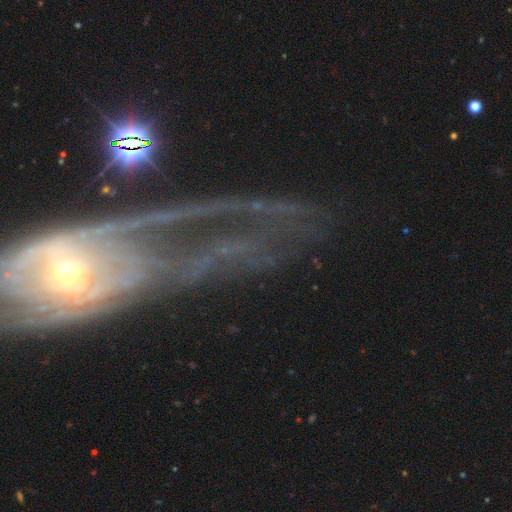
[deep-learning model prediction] smooth_or_featured: featured or disk (p=0.76) [alt: star or artifact p=0.13]
disk_edge_on: no (p=0.87) [alt: yes p=0.13]
bar: no (p=0.55) [alt: weak p=0.24]
has_spiral_arms: yes (p=0.78) [alt: no p=0.22]
spiral_winding: tight (p=0.52) [alt: medium p=0.30]
spiral_arm_count: can't tell (p=0.36) [alt: 2 p=0.28]
bulge_size: moderate (p=0.46) [alt: small p=0.42]
merging: none (p=0.58) [alt: major disturbance p=0.22]